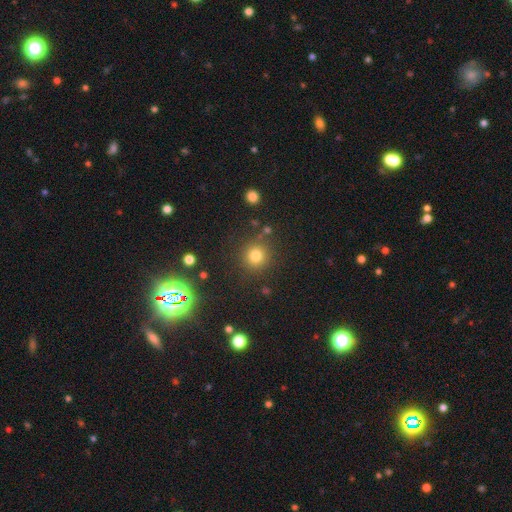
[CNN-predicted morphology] A smooth galaxy with no disk features (79%) that is round (92%). Merging: none (85%).